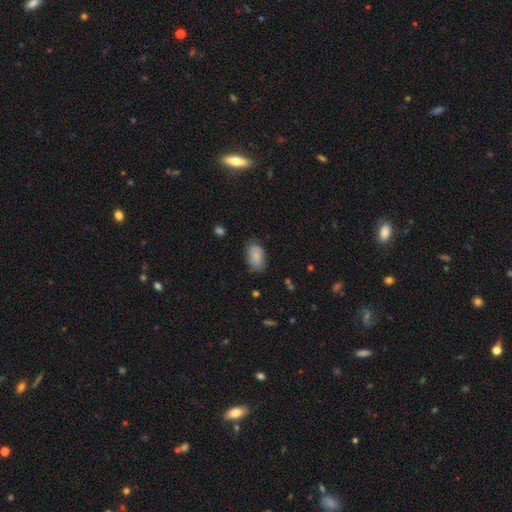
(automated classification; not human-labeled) The model was most divided on "merging": none: 69%, minor disturbance: 24%, major disturbance: 5%, merger: 2%. More confident: how rounded — in between (90%); smooth or featured — smooth (78%).